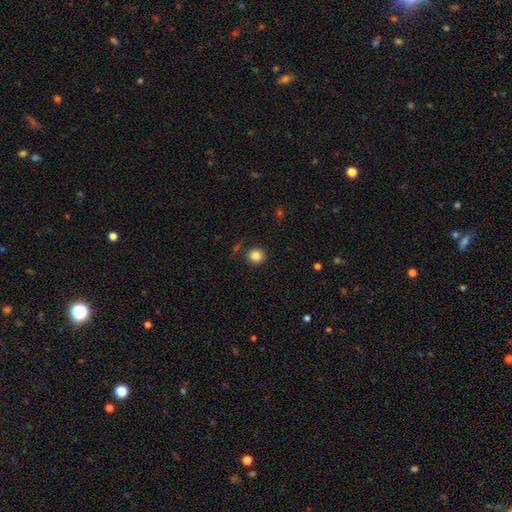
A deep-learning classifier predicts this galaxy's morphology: Q: Smooth or featured?
A: smooth (85%); runner-up: star or artifact (10%)
Q: How rounded?
A: round (86%); runner-up: in between (13%)
Q: Merging?
A: none (87%); runner-up: minor disturbance (8%)